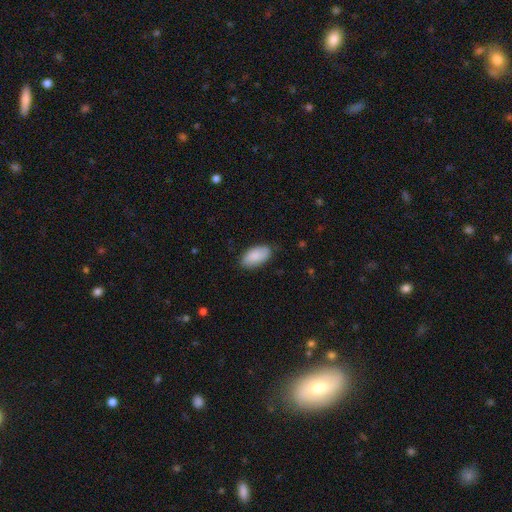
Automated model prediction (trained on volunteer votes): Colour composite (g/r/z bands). It shows a smooth galaxy with no disk features (86%) that is in between round and cigar-shaped (95%). Merging: none (82%).